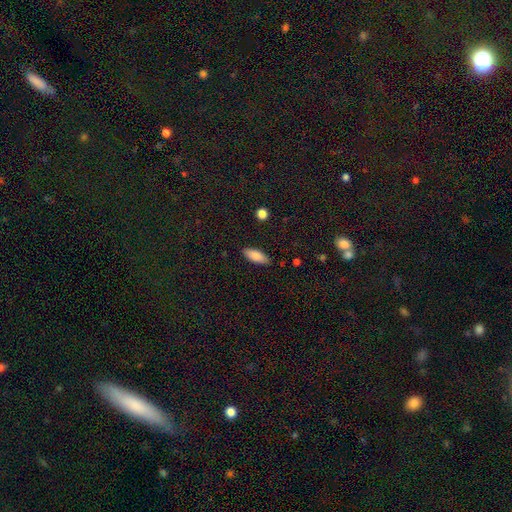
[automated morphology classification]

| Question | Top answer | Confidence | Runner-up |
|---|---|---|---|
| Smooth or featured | smooth | 85% | featured or disk (9%) |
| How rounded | in between | 76% | cigar-shaped (22%) |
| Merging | none | 86% | minor disturbance (10%) |